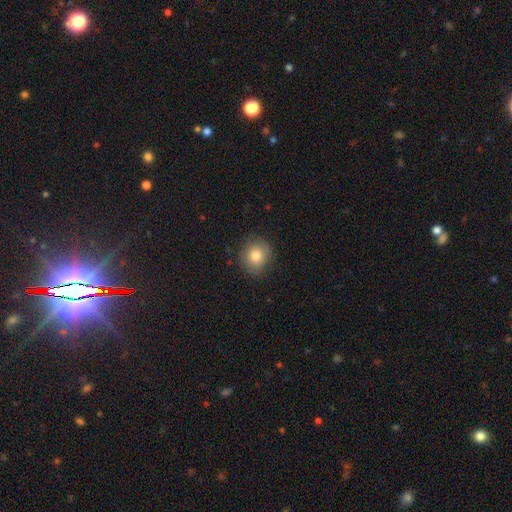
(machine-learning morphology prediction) A smooth galaxy with no disk features (81%) that is round (81%).

Vote fractions:
- Smooth or featured? smooth: 81% / star or artifact: 10% / featured or disk: 9%
- How rounded? round: 81% / in between: 18% / cigar-shaped: 1%
- Merging? none: 85% / minor disturbance: 11% / major disturbance: 3% / merger: 1%